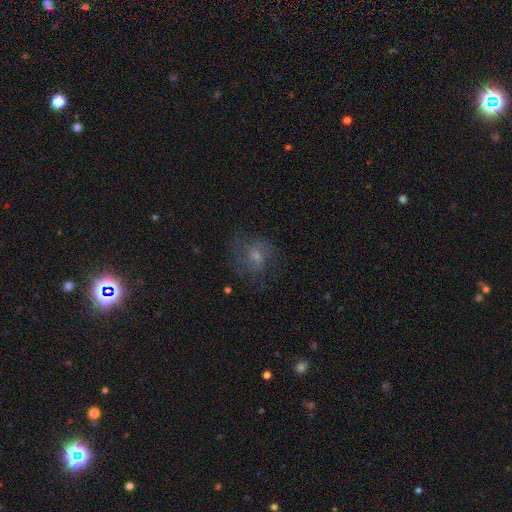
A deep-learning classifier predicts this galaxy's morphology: Q: Smooth or featured?
A: featured or disk (48%); runner-up: smooth (39%)
Q: Merging?
A: none (59%); runner-up: major disturbance (20%)